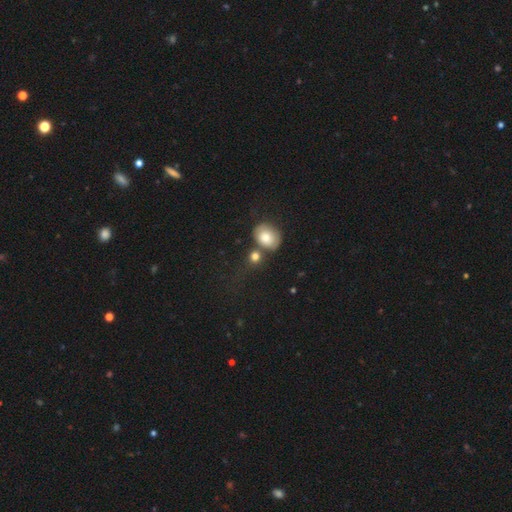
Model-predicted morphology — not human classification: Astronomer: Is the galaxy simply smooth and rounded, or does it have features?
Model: smooth — 68%.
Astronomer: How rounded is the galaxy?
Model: round — 65%.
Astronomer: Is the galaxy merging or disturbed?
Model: none — 59%.